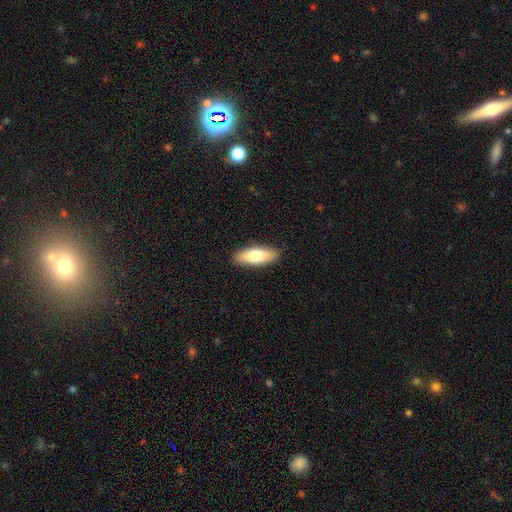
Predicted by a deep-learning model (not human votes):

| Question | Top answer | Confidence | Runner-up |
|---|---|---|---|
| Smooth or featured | smooth | 72% | featured or disk (22%) |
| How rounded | in between | 58% | cigar-shaped (40%) |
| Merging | none | 90% | minor disturbance (8%) |